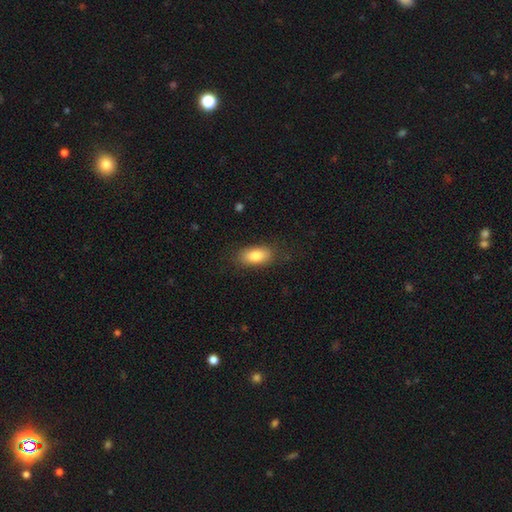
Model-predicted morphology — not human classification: A smooth galaxy with no disk features (83%) that is in between round and cigar-shaped (89%). Merging: none (82%).